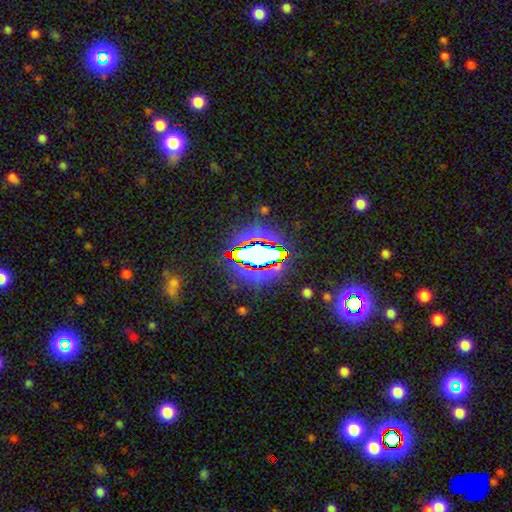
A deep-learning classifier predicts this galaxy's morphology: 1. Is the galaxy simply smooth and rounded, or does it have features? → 75% star or artifact, 14% smooth, 11% featured or disk.